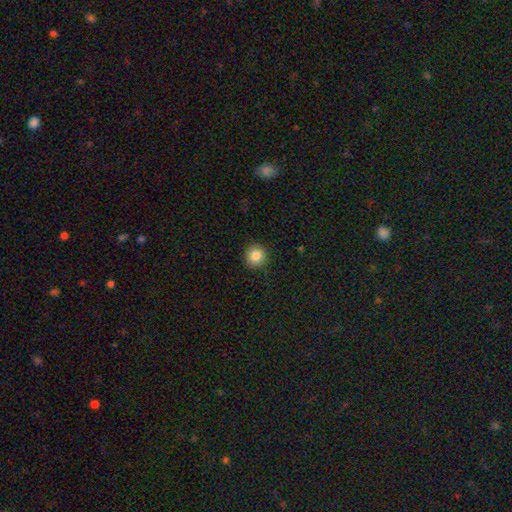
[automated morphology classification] This appears to be a smooth galaxy with no disk features (85%) that is round (94%). Merging: none (92%).